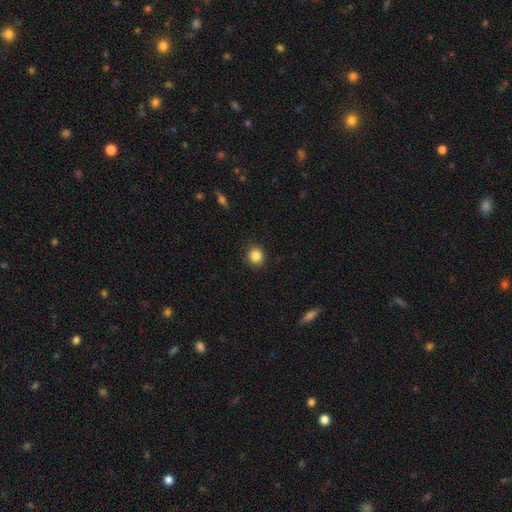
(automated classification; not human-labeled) Smooth or featured? Predicted: smooth (p=0.86). How rounded? Predicted: round (p=0.91). Merging? Predicted: none (p=0.90).